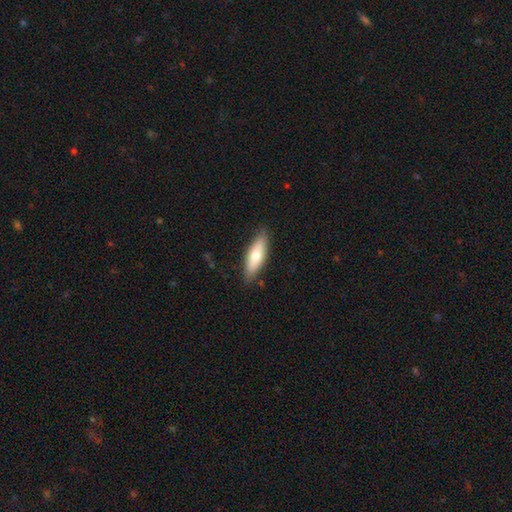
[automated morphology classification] smooth_or_featured: smooth (p=0.67) [alt: featured or disk p=0.27]
how_rounded: in between (p=0.50) [alt: cigar-shaped p=0.48]
merging: none (p=0.84) [alt: minor disturbance p=0.12]